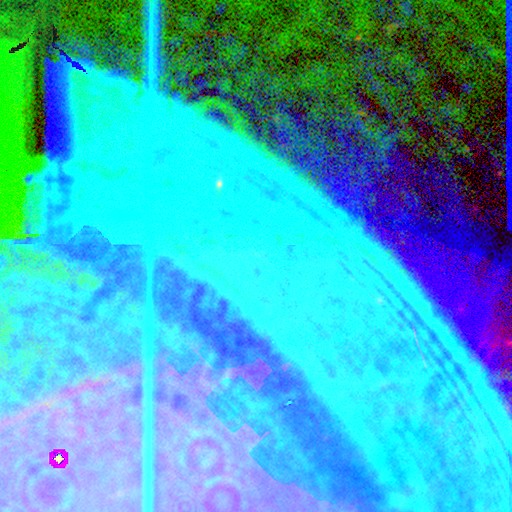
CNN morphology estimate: Smooth or featured? Predicted: star or artifact (p=0.86).